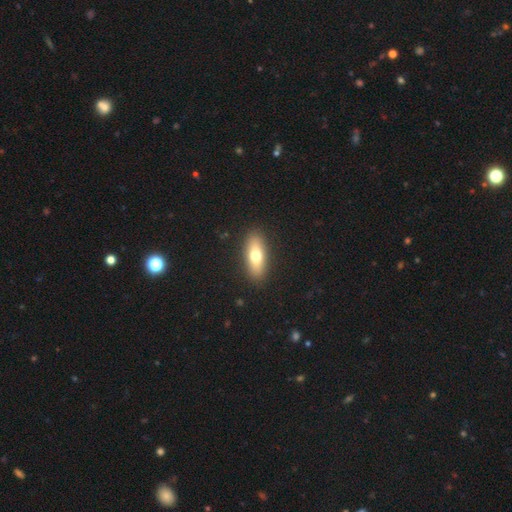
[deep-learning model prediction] smooth_or_featured: smooth (p=0.69) [alt: featured or disk p=0.25]
how_rounded: in between (p=0.69) [alt: cigar-shaped p=0.28]
merging: none (p=0.90) [alt: minor disturbance p=0.07]